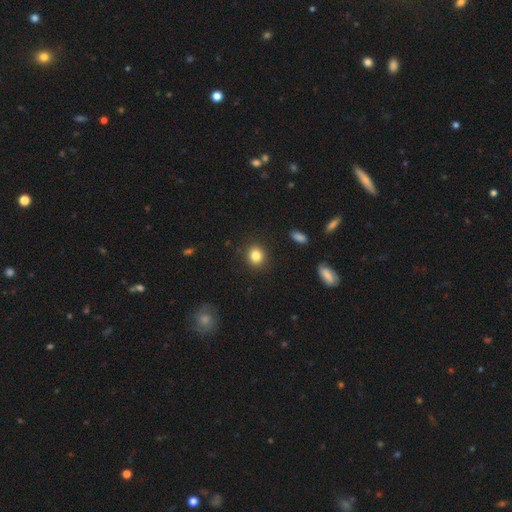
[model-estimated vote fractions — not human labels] Smooth or featured? Predicted: smooth (p=0.84). How rounded? Predicted: round (p=0.80). Merging? Predicted: none (p=0.90).